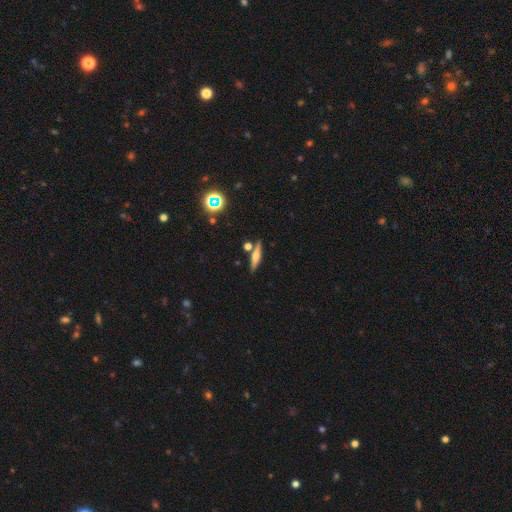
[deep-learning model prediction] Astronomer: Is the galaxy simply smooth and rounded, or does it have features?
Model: featured or disk — 51% (runner-up: smooth, 39%).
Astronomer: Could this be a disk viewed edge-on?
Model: yes — 94%.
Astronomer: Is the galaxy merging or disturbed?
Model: none — 79%.